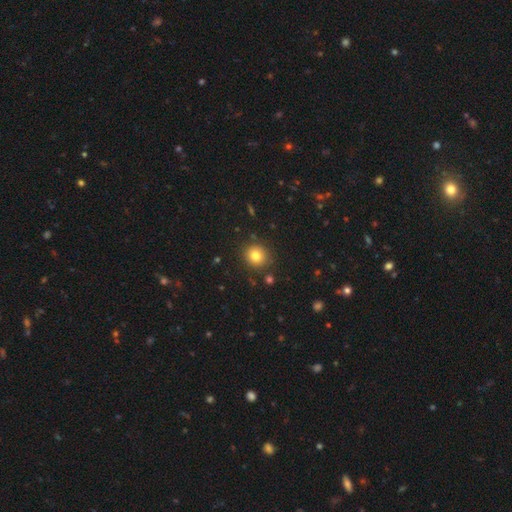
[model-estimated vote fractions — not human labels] smooth-or-featured: smooth: 79% | star or artifact: 12% | featured or disk: 8%
  how-rounded: round: 85% | in between: 14% | cigar-shaped: 1%
  merging: none: 86% | minor disturbance: 9% | major disturbance: 3% | merger: 2%